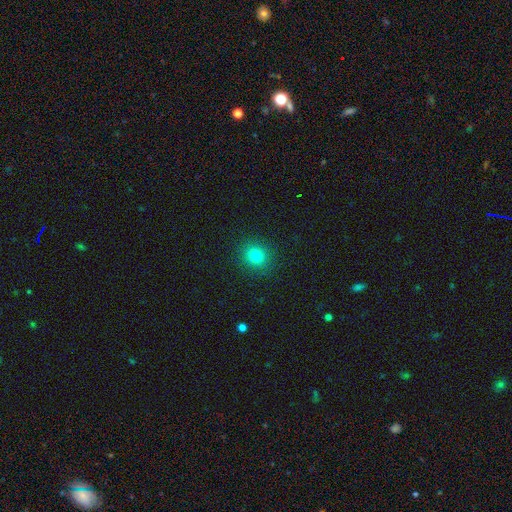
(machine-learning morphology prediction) smooth 80%, star or artifact 14%, featured or disk 6%. Down the decision tree: how rounded — round (84%); merging — none (90%).